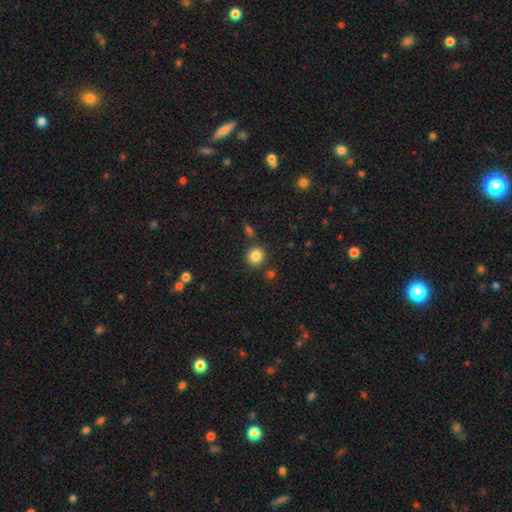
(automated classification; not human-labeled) Overall: smooth (84%). How rounded: round (89%). Merging: none (83%).